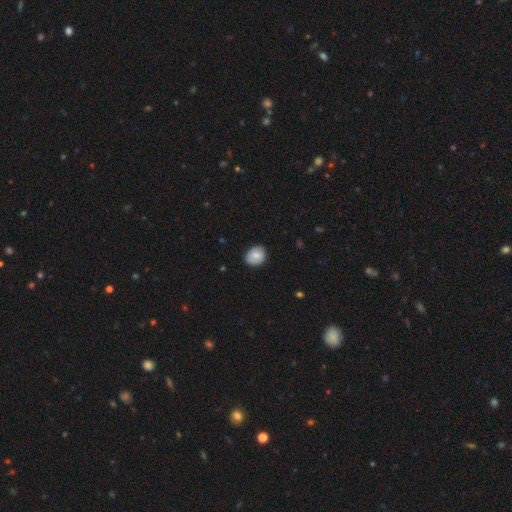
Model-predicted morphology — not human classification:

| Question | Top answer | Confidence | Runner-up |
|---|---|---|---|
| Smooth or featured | smooth | 75% | featured or disk (18%) |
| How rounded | round | 53% | in between (46%) |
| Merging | none | 80% | minor disturbance (16%) |